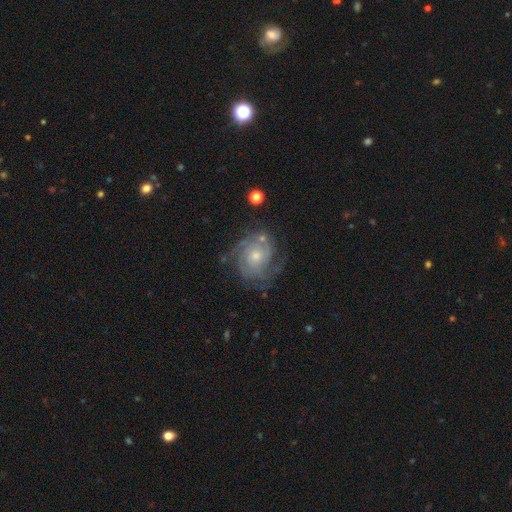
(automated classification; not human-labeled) smooth-or-featured: featured or disk: 81% | smooth: 11% | star or artifact: 8%
  disk-edge-on: no: 98% | yes: 2%
    bar: no: 78% | weak: 19% | strong: 3%
    has-spiral-arms: yes: 93% | no: 7%
      spiral-winding: tight: 60% | medium: 31% | loose: 9%
      spiral-arm-count: can't tell: 34% | 3: 22% | 2: 22% | 4: 10% | 1: 6% | more than 4: 6%
    bulge-size: moderate: 48% | small: 46% | large: 3% | none: 2% | dominant: 1%
  merging: none: 69% | minor disturbance: 18% | major disturbance: 10% | merger: 3%